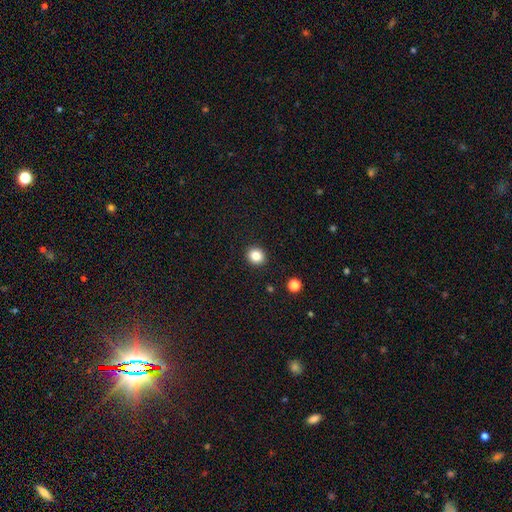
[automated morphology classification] smooth 84%, star or artifact 11%, featured or disk 5%. Down the decision tree: how rounded — round (83%); merging — none (92%).